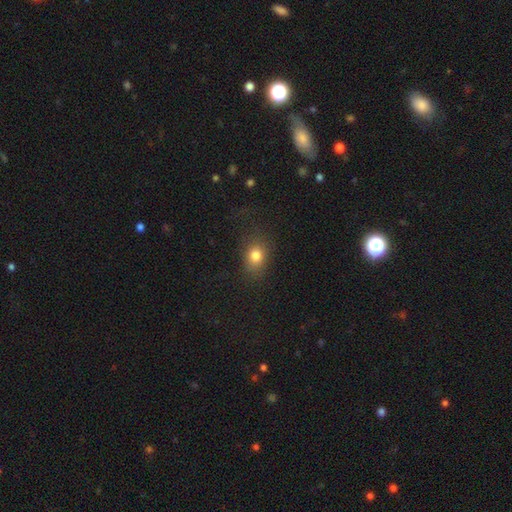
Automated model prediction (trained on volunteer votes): Morphology: type=smooth (79%); roundness=in between (53%); merging=none (75%).